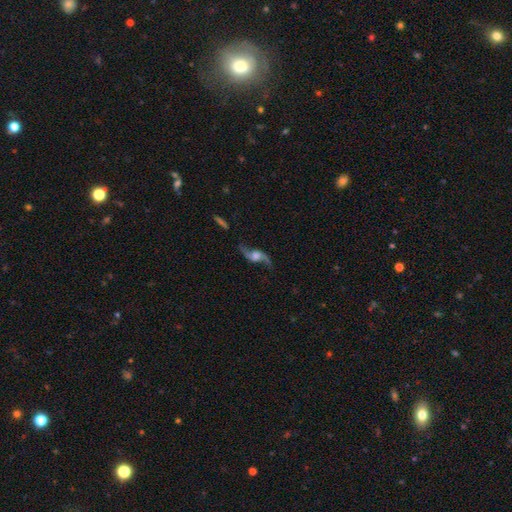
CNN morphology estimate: This appears to be a featured or disk galaxy (85%) with no bar (60%), 2 (94%) loose (89%) spiral arms (95%) and a moderate central bulge (38%). Merging: none (76%).